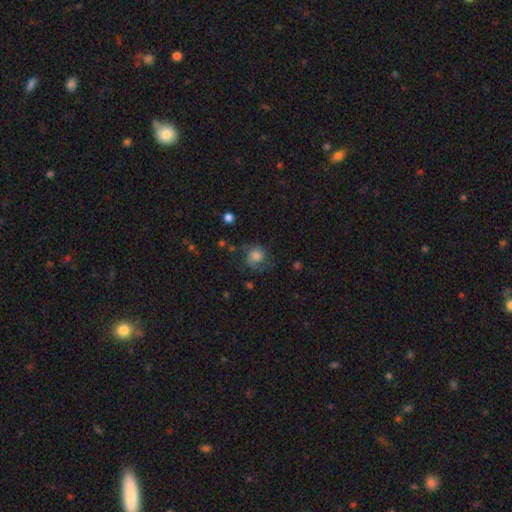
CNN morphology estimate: Smooth or featured? smooth (50%)
How rounded? round (73%)
Merging? none (52%)